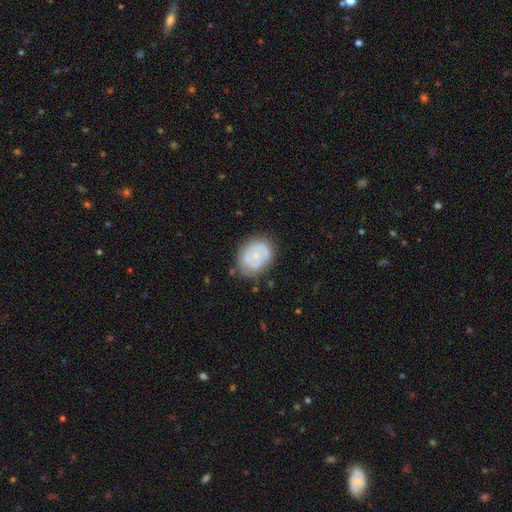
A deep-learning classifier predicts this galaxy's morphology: Smooth or featured? featured or disk (49%)
Merging? none (70%)